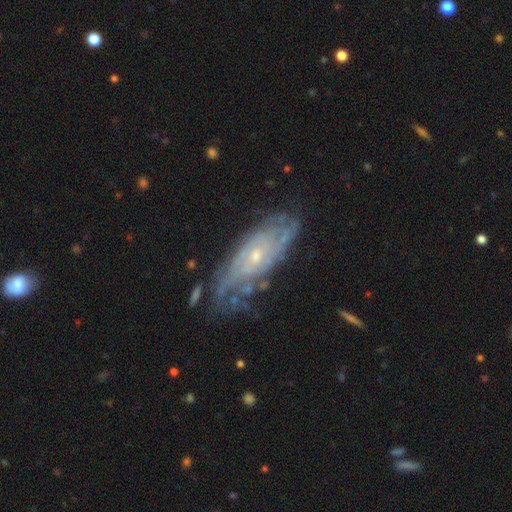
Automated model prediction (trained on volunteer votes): Q: Smooth or featured?
A: featured or disk (81%); runner-up: smooth (13%)
Q: Edge-on disk?
A: no (86%); runner-up: yes (14%)
Q: Bar?
A: no (70%); runner-up: weak (25%)
Q: Spiral arms?
A: yes (88%); runner-up: no (12%)
Q: Spiral winding?
A: tight (67%); runner-up: medium (25%)
Q: Spiral arm count?
A: can't tell (58%); runner-up: 2 (15%)
Q: Bulge size?
A: small (66%); runner-up: moderate (31%)
Q: Merging?
A: none (64%); runner-up: minor disturbance (24%)